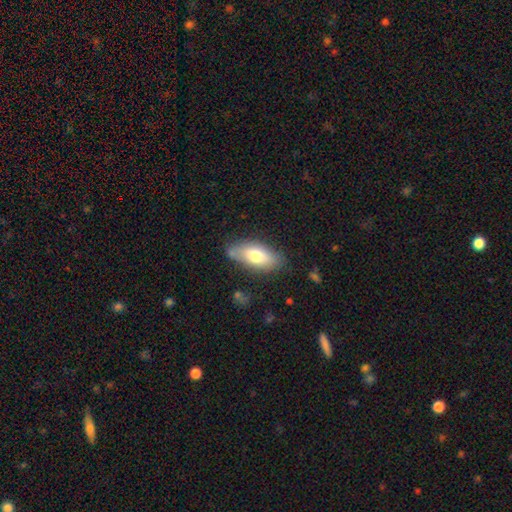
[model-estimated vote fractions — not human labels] Smooth or featured?
  - smooth: 72% *
  - featured or disk: 22%
  - star or artifact: 7%
How rounded?
  - in between: 83% *
  - cigar-shaped: 15%
  - round: 3%
Merging?
  - none: 74% *
  - minor disturbance: 18%
  - major disturbance: 4%
  - merger: 3%